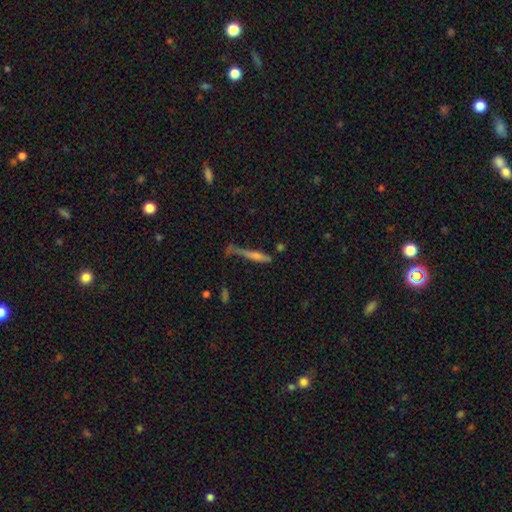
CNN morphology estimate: A smooth galaxy with no disk features (50%).

Vote fractions:
- Smooth or featured? smooth: 50% / featured or disk: 39% / star or artifact: 11%
- Merging? none: 50% / minor disturbance: 23% / merger: 14% / major disturbance: 14%